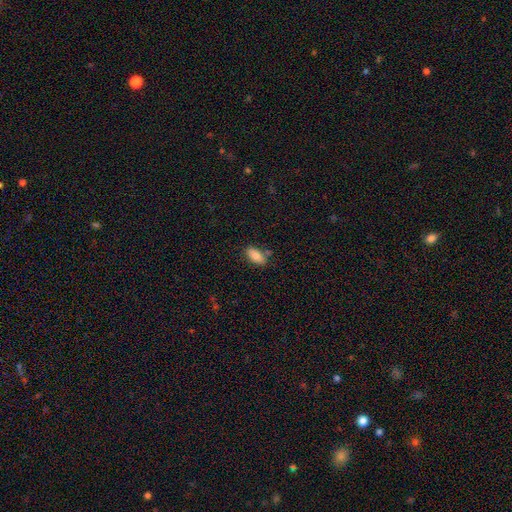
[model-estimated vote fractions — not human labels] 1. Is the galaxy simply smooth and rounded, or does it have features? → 82% smooth, 11% featured or disk, 8% star or artifact.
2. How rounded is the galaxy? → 91% in between, 5% cigar-shaped, 3% round.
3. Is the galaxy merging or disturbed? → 76% none, 14% minor disturbance, 7% merger, 3% major disturbance.